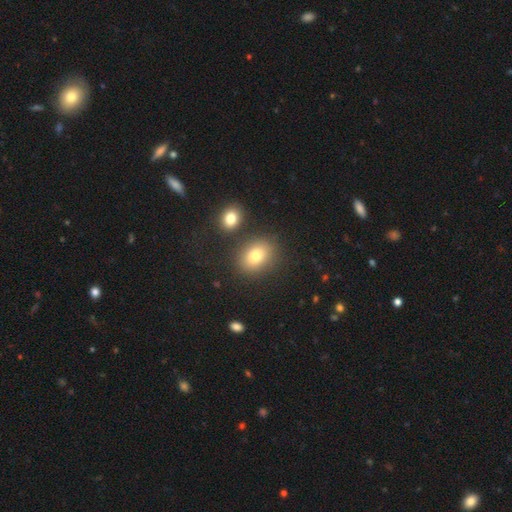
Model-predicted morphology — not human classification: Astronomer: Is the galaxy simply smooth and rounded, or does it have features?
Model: smooth — 79%.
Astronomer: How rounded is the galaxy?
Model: in between — 56% (runner-up: round, 43%).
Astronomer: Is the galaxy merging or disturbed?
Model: none — 77%.